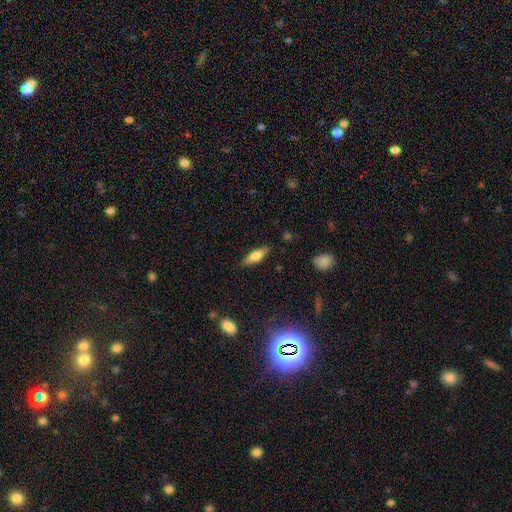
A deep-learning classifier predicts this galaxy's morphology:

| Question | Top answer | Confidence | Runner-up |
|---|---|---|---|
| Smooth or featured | smooth | 67% | featured or disk (26%) |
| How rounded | in between | 57% | cigar-shaped (41%) |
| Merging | none | 85% | minor disturbance (11%) |